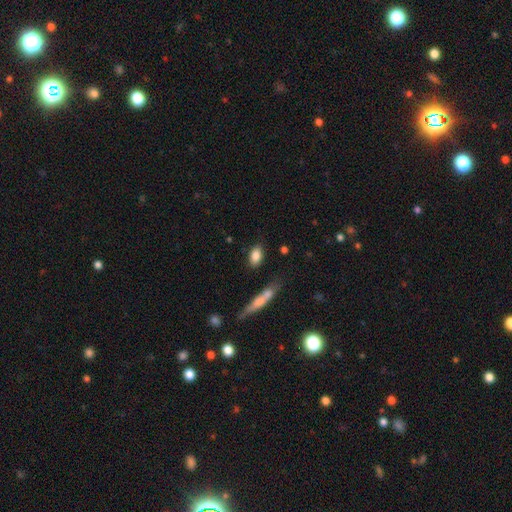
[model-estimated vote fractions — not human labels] This appears to be a smooth galaxy with no disk features (84%) that is in between round and cigar-shaped (86%). Merging: none (80%).